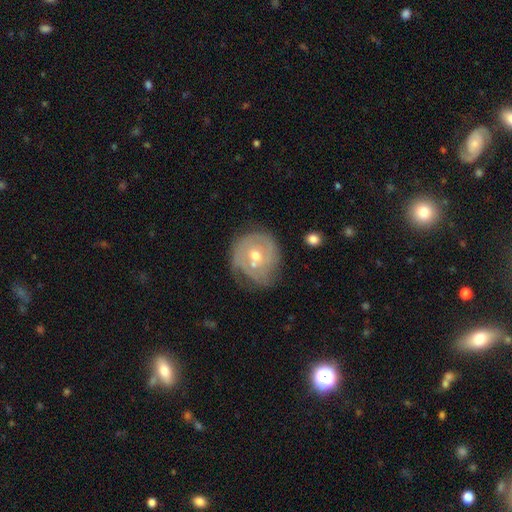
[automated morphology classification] This is likely a featured or disk galaxy (63%). It is clearly not viewed edge-on (97%). Bar: likely no (70%). Spiral arm pattern: likely yes (64%). Central bulge: likely moderate (71%). Merging: possibly none (45%).